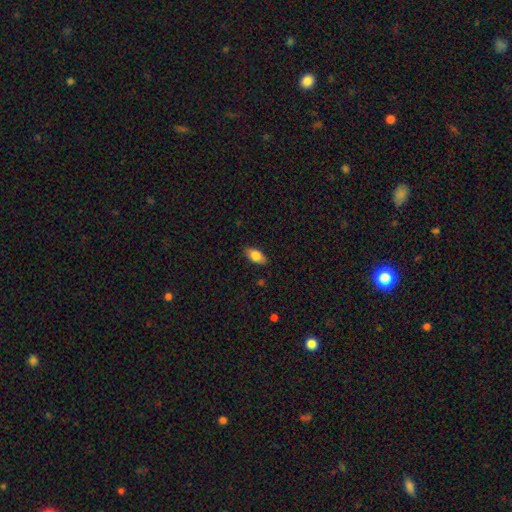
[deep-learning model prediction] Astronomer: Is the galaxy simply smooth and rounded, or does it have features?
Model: smooth — 81%.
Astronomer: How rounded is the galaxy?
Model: in between — 89%.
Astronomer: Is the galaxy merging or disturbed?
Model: none — 86%.